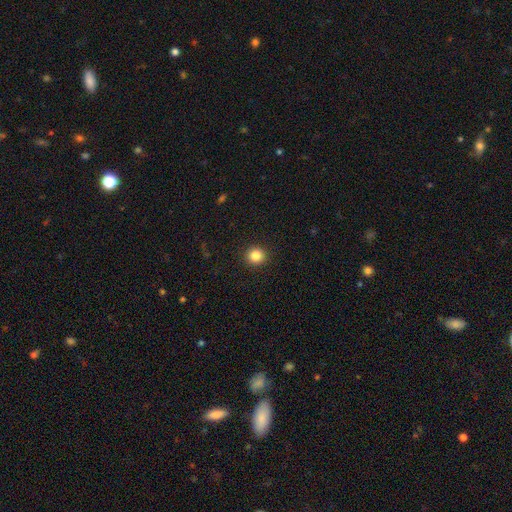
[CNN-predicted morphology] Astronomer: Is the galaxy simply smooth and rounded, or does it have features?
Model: smooth — 85%.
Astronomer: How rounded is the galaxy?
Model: round — 93%.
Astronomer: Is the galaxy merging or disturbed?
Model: none — 93%.